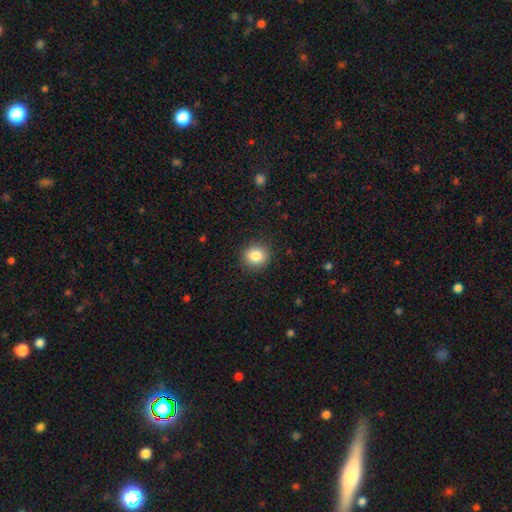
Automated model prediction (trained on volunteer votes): This is clearly a smooth galaxy (84%). How rounded: clearly round (83%). Merging: clearly none (90%).